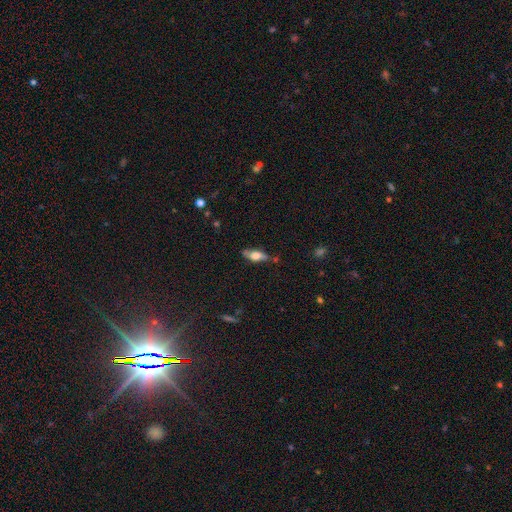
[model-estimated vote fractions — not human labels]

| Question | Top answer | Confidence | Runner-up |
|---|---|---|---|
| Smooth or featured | smooth | 55% | featured or disk (37%) |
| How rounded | in between | 69% | cigar-shaped (28%) |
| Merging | none | 64% | minor disturbance (24%) |